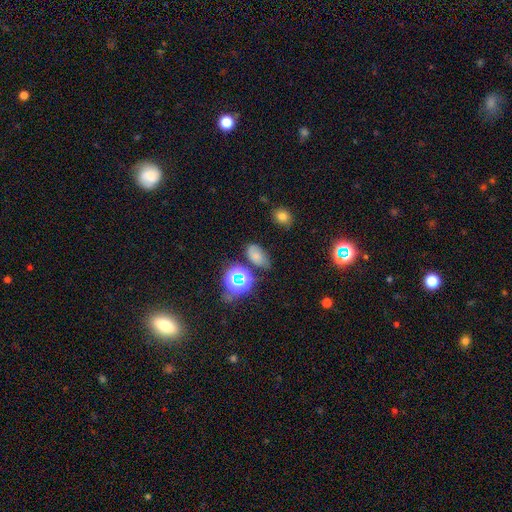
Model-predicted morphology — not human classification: The model was most divided on "smooth or featured": smooth: 54%, star or artifact: 26%, featured or disk: 20%. More confident: how rounded — in between (85%); merging — none (56%).